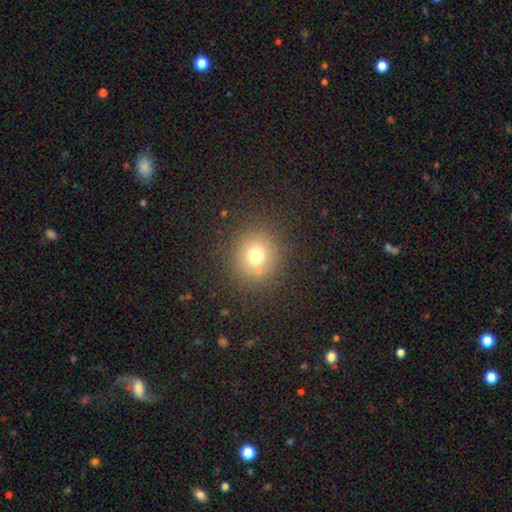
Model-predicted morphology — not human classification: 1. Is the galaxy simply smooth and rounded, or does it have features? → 71% smooth, 18% star or artifact, 11% featured or disk.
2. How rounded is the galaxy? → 88% round, 11% in between, 1% cigar-shaped.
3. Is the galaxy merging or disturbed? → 83% none, 8% minor disturbance, 4% merger, 4% major disturbance.